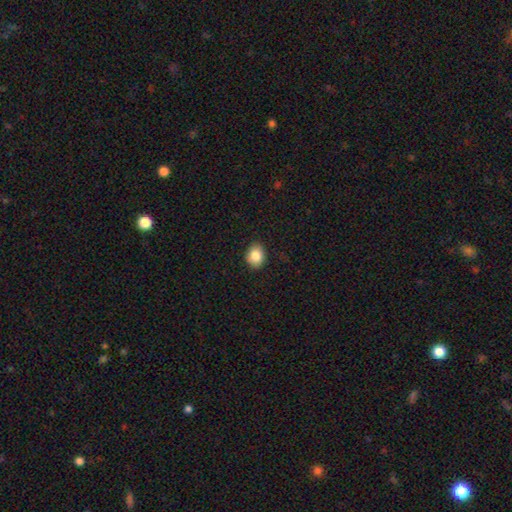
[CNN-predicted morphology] The model was most divided on "how rounded": in between: 50%, round: 49%, cigar-shaped: 1%. More confident: merging — none (89%); smooth or featured — smooth (85%).